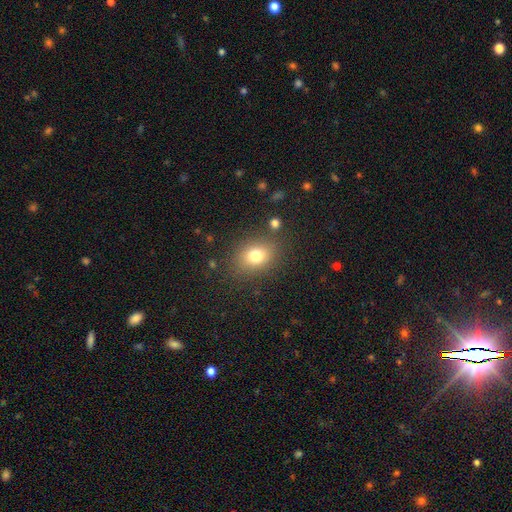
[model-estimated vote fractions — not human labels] smooth_or_featured: smooth (p=0.77) [alt: star or artifact p=0.12]
how_rounded: in between (p=0.58) [alt: round p=0.41]
merging: none (p=0.81) [alt: minor disturbance p=0.11]